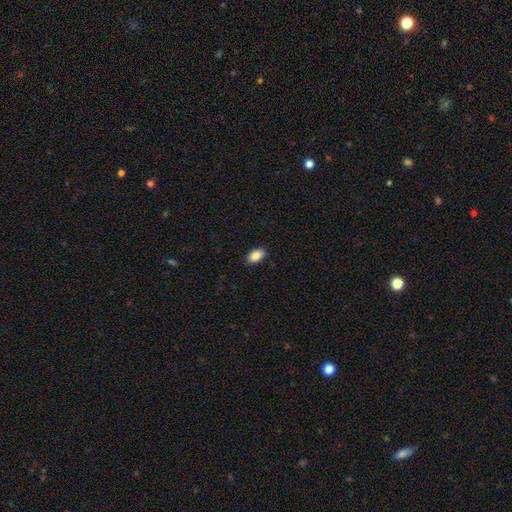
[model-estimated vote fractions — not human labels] Smooth or featured? Predicted: smooth (p=0.88). How rounded? Predicted: in between (p=0.92). Merging? Predicted: none (p=0.90).